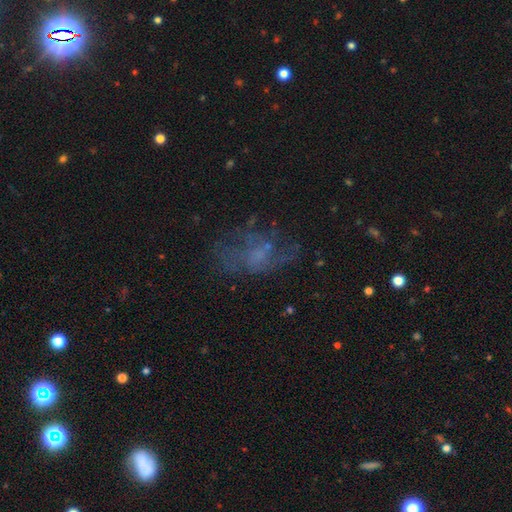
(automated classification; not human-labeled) Smooth or featured? Predicted: featured or disk (p=0.49). Merging? Predicted: none (p=0.47).